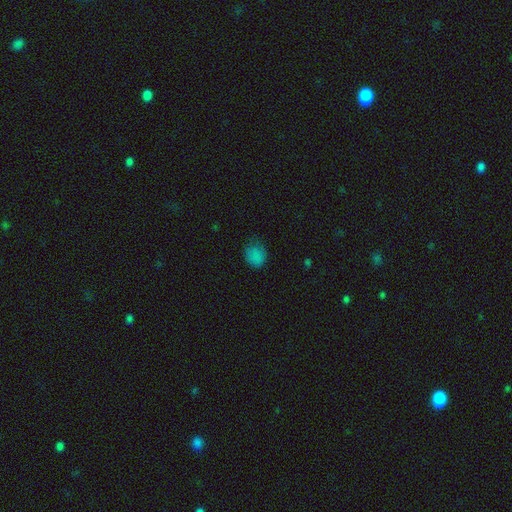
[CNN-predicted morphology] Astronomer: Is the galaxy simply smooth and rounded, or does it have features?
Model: smooth — 80%.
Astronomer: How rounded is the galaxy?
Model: round — 66%.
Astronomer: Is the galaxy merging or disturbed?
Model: none — 63%.